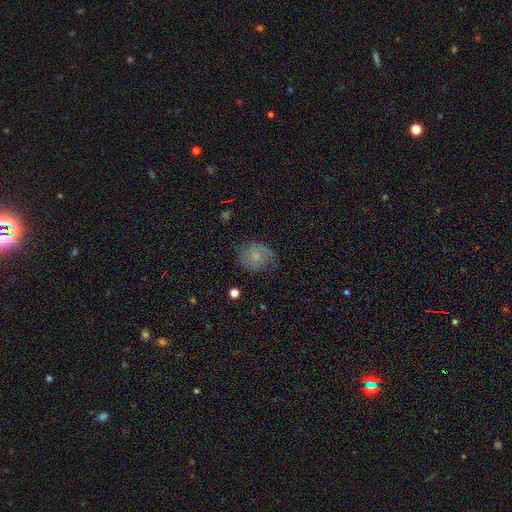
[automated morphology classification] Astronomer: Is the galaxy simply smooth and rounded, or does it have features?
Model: smooth — 63%.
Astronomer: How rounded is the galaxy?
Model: round — 73%.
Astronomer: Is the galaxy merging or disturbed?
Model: none — 61%.